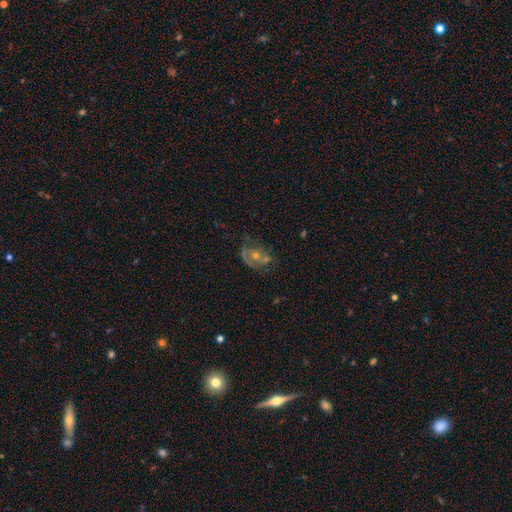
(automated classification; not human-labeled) A featured or disk galaxy (64%) with no bar (74%), spiral arms (58%) and a moderate central bulge (55%).

Vote fractions:
- Smooth or featured? featured or disk: 64% / smooth: 21% / star or artifact: 15%
- Edge-on disk? no: 96% / yes: 4%
- Bar? no: 74% / weak: 21% / strong: 6%
- Spiral arms? yes: 58% / no: 42%
- Bulge size? moderate: 55% / small: 36% / none: 4% / large: 4% / dominant: 1%
- Merging? none: 48% / minor disturbance: 22% / major disturbance: 18% / merger: 12%